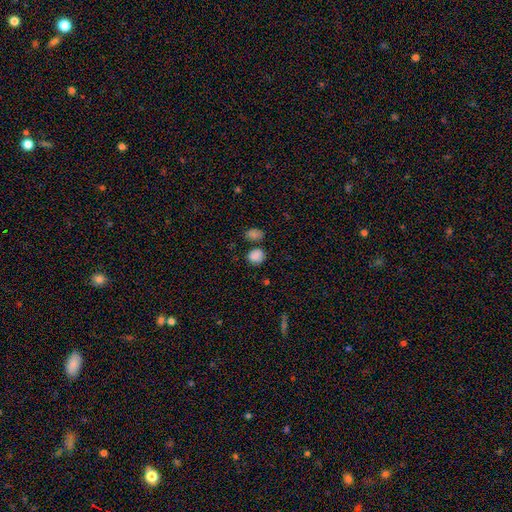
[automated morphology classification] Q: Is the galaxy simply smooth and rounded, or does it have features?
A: smooth — 80%.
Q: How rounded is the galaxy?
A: round — 73%.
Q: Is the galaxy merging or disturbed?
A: none — 66%.